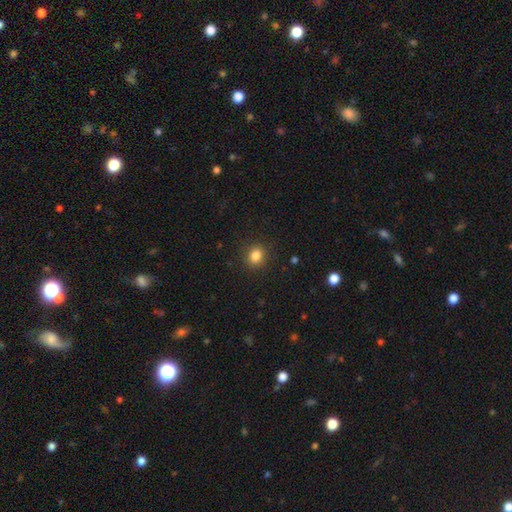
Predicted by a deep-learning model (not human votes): smooth 84%, star or artifact 12%, featured or disk 5%. Down the decision tree: how rounded — round (73%); merging — none (89%).